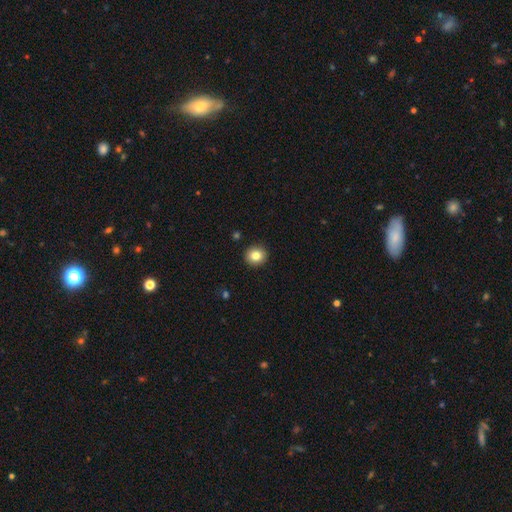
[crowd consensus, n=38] smooth_or_featured: smooth (p=0.92) [alt: star or artifact p=0.05]
how_rounded: round (p=1.00)
merging: none (p=0.94) [alt: minor disturbance p=0.06]